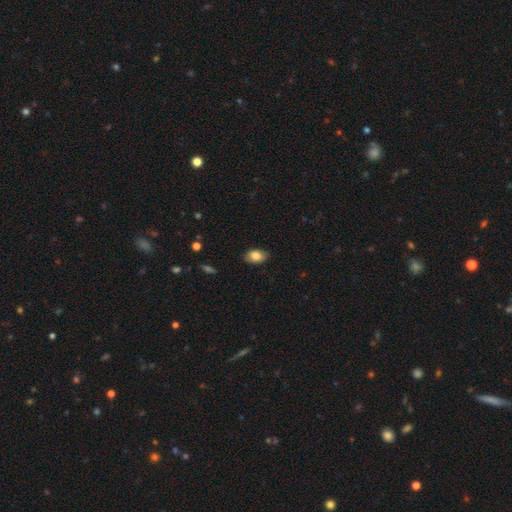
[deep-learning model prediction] smooth 83%, featured or disk 9%, star or artifact 7%. Down the decision tree: how rounded — in between (89%); merging — none (83%).